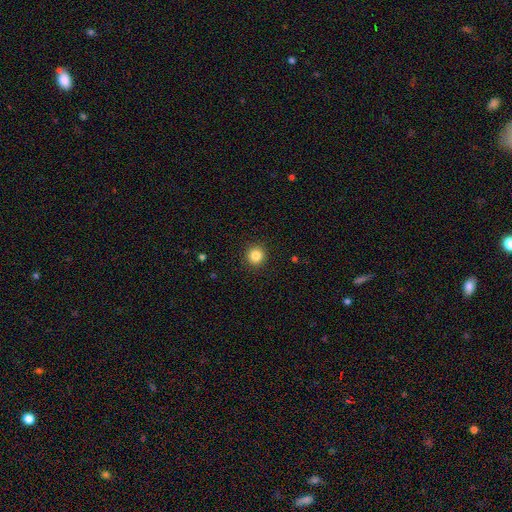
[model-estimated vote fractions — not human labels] Q: Smooth or featured?
A: smooth (85%); runner-up: star or artifact (11%)
Q: How rounded?
A: round (94%); runner-up: in between (5%)
Q: Merging?
A: none (93%); runner-up: minor disturbance (4%)